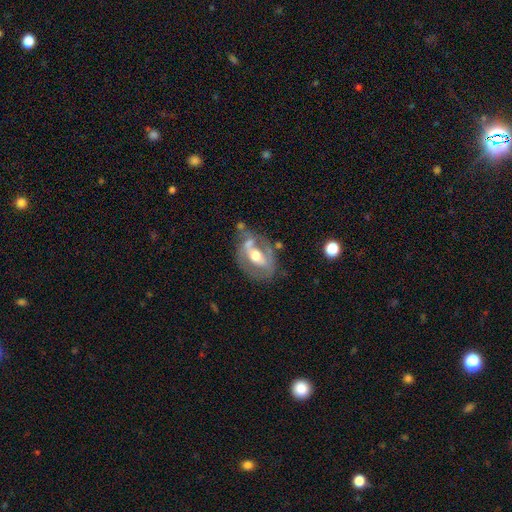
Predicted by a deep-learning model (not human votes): A featured or disk galaxy (72%) with a strong bar (39%), no spiral arms (52%) and a moderate central bulge (72%). Merging: none (53%).